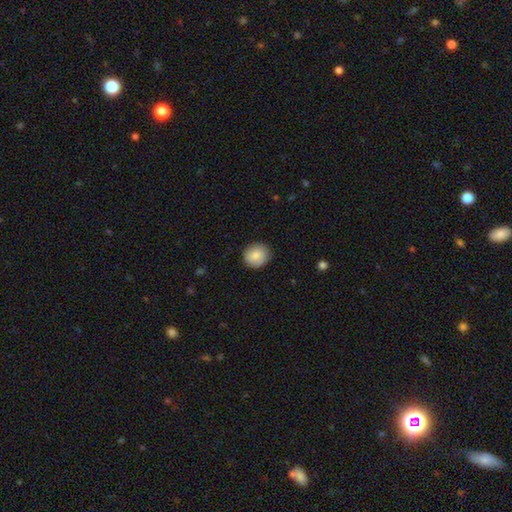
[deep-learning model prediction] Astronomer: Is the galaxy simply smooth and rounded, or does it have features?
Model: smooth — 86%.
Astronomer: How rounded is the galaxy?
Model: round — 74%.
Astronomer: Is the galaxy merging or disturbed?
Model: none — 87%.